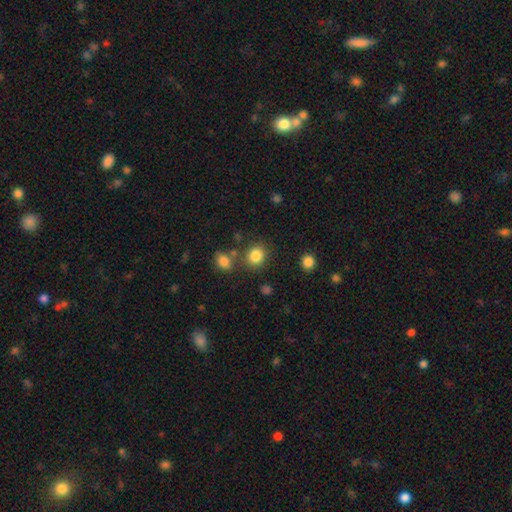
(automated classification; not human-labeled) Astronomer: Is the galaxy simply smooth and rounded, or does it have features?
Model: smooth — 84%.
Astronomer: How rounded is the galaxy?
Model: round — 72%.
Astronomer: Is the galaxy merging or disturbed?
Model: none — 75%.